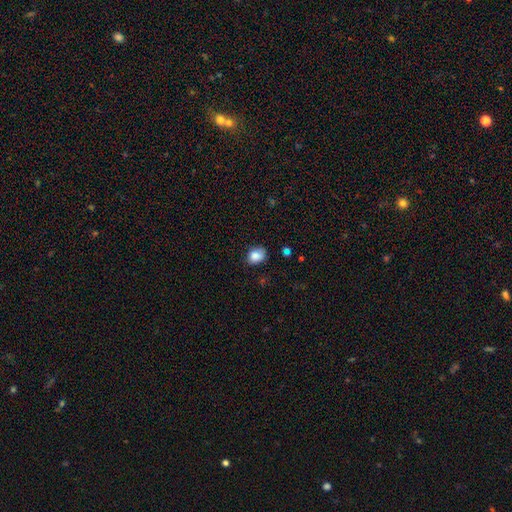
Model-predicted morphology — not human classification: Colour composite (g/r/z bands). It shows a smooth galaxy with no disk features (84%) that is in between round and cigar-shaped (59%). Merging: none (68%).